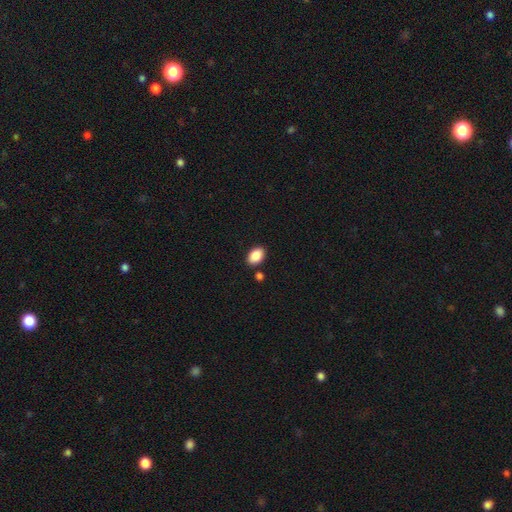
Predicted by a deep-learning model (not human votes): A smooth galaxy with no disk features (88%) that is in between round and cigar-shaped (87%). Merging: none (84%).